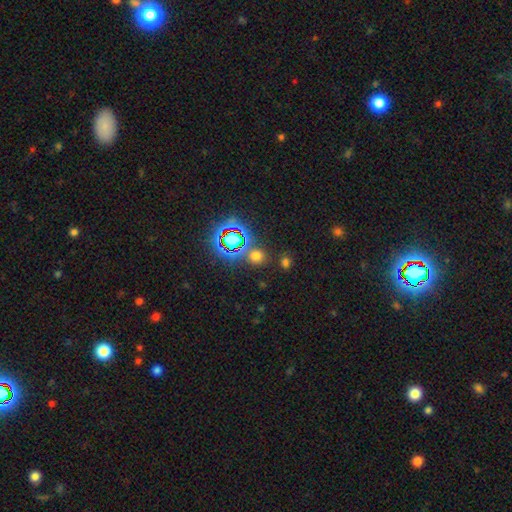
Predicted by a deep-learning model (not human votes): This is possibly a smooth galaxy (58%). How rounded: clearly round (83%). Merging: likely none (79%).